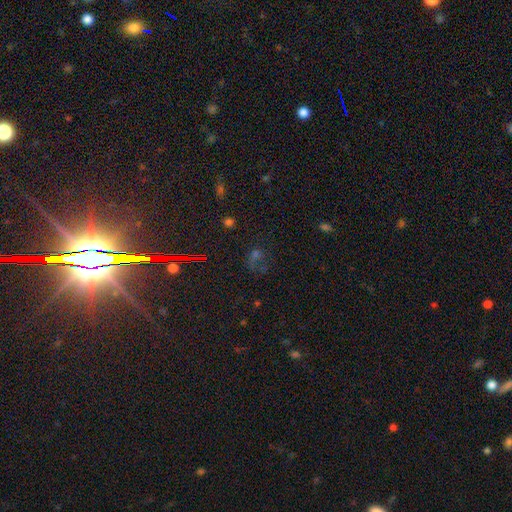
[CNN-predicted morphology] Q: Smooth or featured?
A: star or artifact (53%); runner-up: smooth (29%)